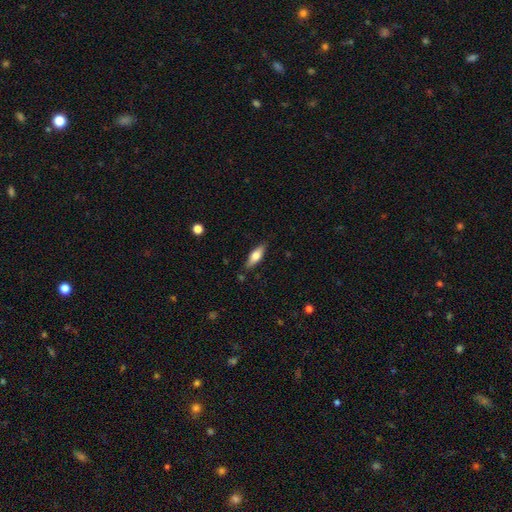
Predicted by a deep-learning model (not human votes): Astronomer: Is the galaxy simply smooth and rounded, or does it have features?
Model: smooth — 67%.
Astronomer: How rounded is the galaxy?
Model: in between — 62%.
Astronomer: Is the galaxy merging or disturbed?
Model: none — 83%.